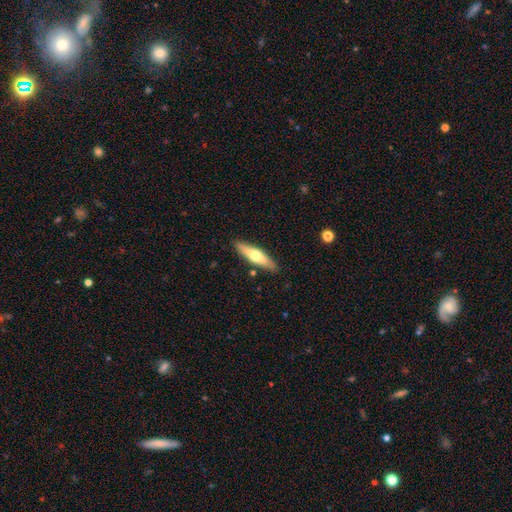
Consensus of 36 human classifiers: A featured or disk galaxy (50%) viewed edge-on (89%) with a rounded central bulge (88%). Merging: none (76%).